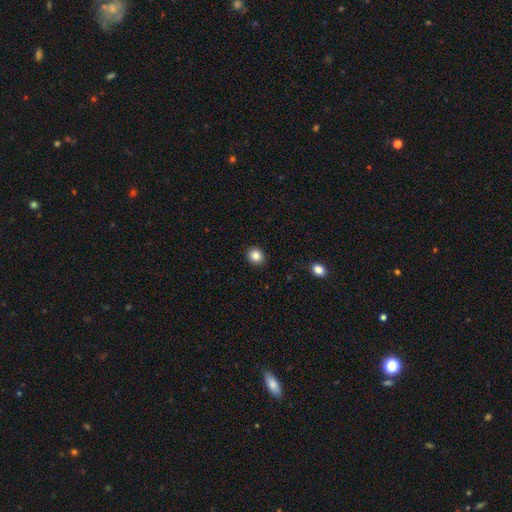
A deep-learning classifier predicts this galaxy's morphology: Smooth or featured? Predicted: smooth (p=0.84). How rounded? Predicted: round (p=0.77). Merging? Predicted: none (p=0.92).